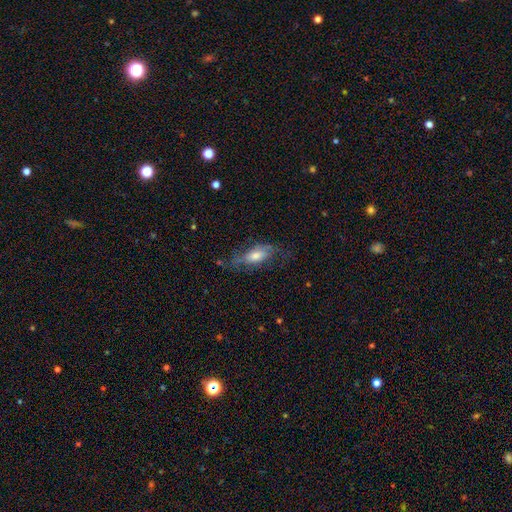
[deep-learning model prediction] Q: Smooth or featured?
A: featured or disk (51%); runner-up: smooth (41%)
Q: Edge-on disk?
A: no (74%); runner-up: yes (26%)
Q: Merging?
A: none (56%); runner-up: minor disturbance (24%)